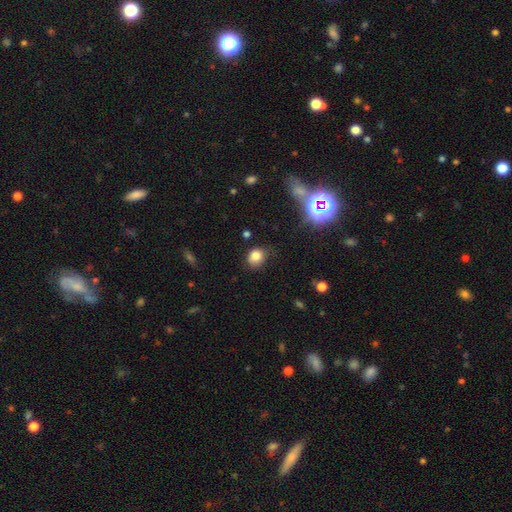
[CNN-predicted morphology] A smooth galaxy with no disk features (80%) that is round (57%).

Vote fractions:
- Smooth or featured? smooth: 80% / star or artifact: 13% / featured or disk: 7%
- How rounded? round: 57% / in between: 42% / cigar-shaped: 1%
- Merging? none: 70% / minor disturbance: 23% / major disturbance: 6% / merger: 2%